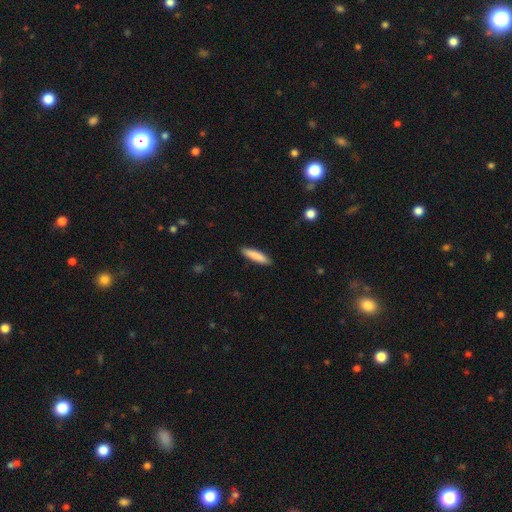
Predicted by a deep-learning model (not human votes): Q: Smooth or featured?
A: smooth (85%); runner-up: featured or disk (9%)
Q: How rounded?
A: cigar-shaped (82%); runner-up: in between (17%)
Q: Merging?
A: none (90%); runner-up: minor disturbance (7%)